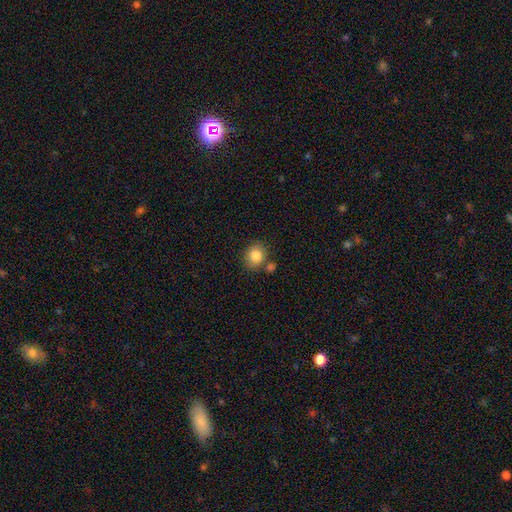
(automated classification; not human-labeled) A smooth galaxy with no disk features (84%) that is round (75%). Merging: none (72%).